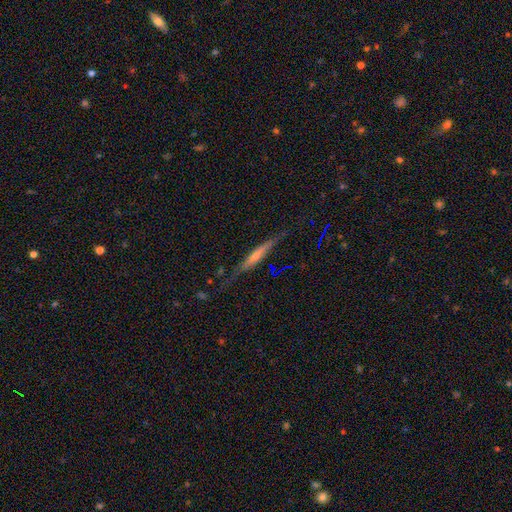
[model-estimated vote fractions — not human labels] Q: Smooth or featured?
A: featured or disk (61%); runner-up: smooth (31%)
Q: Edge-on disk?
A: yes (92%); runner-up: no (8%)
Q: Edge-on bulge?
A: none (47%); runner-up: rounded (40%)
Q: Merging?
A: none (73%); runner-up: minor disturbance (19%)